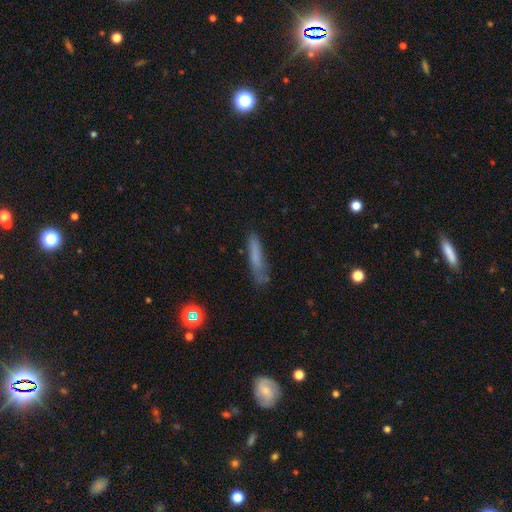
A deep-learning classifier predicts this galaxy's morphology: smooth 70%, featured or disk 20%, star or artifact 10%. Down the decision tree: how rounded — cigar-shaped (87%); merging — none (69%).